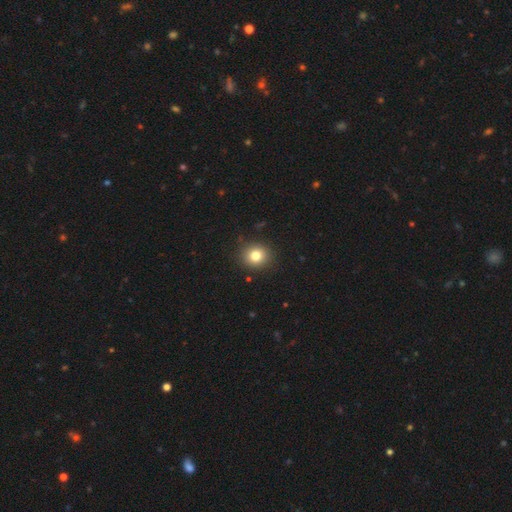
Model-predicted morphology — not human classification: This appears to be a smooth galaxy with no disk features (81%) that is round (83%). Merging: none (90%).